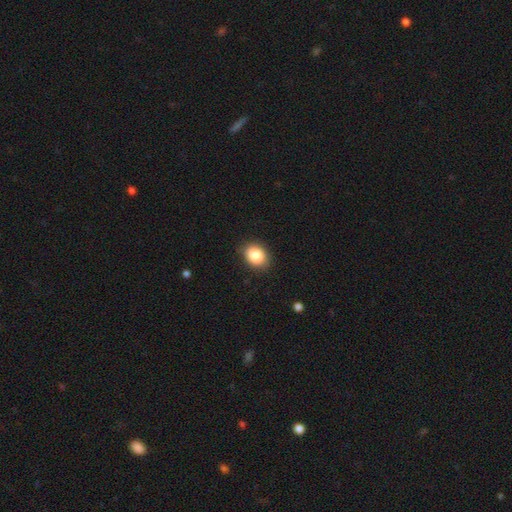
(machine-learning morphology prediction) type=smooth (86%); roundness=in between (59%); merging=none (86%).